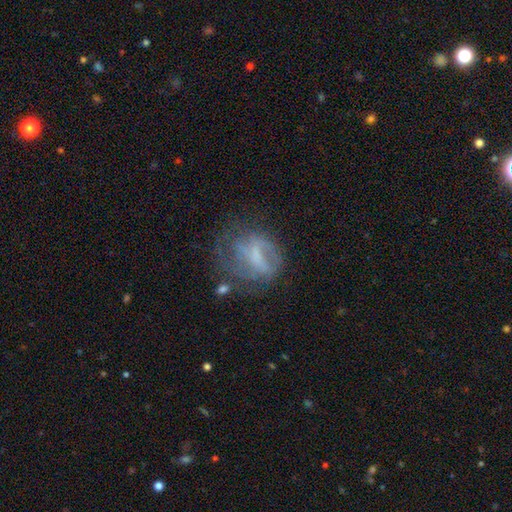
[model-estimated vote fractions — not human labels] This is possibly a featured or disk galaxy (59%). It is clearly not viewed edge-on (96%). Bar: marginally weak (41%). Spiral arm pattern: possibly yes (51%). Central bulge: marginally none (43%). Merging: marginally none (43%).